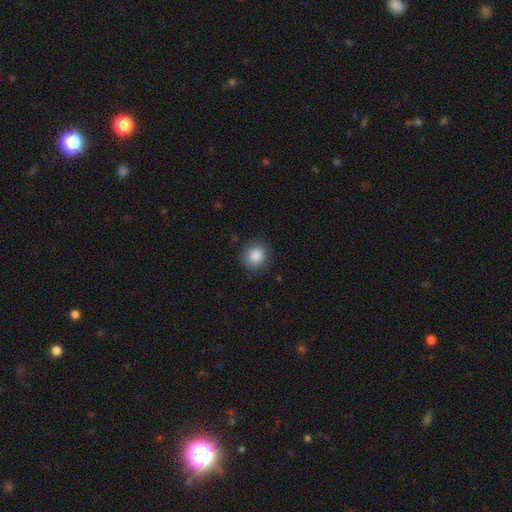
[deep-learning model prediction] Overall: smooth (87%). How rounded: round (85%). Merging: none (87%).